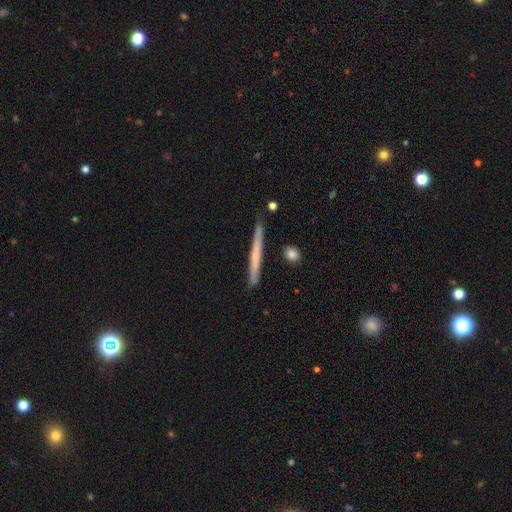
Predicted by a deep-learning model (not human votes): featured or disk 49%, smooth 45%, star or artifact 6%. Down the decision tree: merging — none (85%).